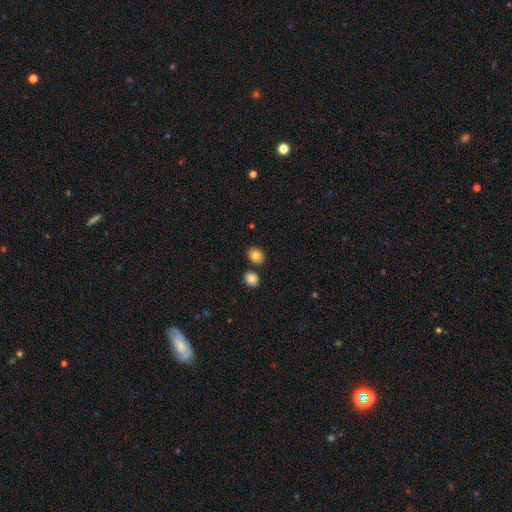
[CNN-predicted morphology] Smooth or featured? smooth (84%)
How rounded? in between (54%)
Merging? none (80%)